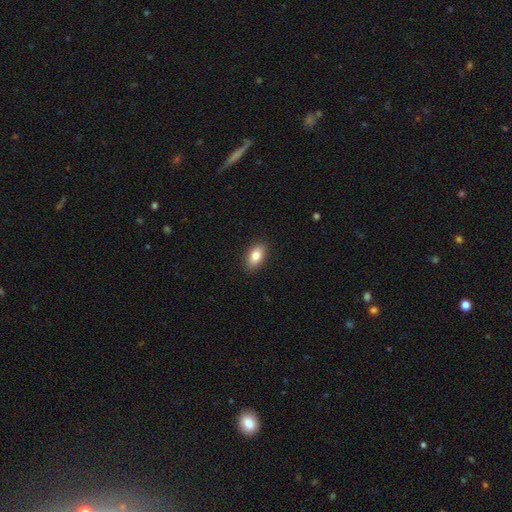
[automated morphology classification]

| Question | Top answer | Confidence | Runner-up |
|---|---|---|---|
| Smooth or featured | smooth | 82% | featured or disk (11%) |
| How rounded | in between | 89% | round (7%) |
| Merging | none | 89% | minor disturbance (8%) |